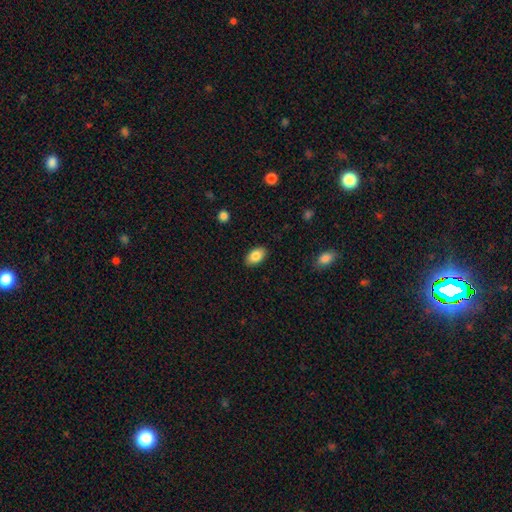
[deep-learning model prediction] smooth-or-featured: smooth: 86% | star or artifact: 7% | featured or disk: 7%
  how-rounded: in between: 92% | round: 6% | cigar-shaped: 1%
  merging: none: 88% | minor disturbance: 9% | major disturbance: 2% | merger: 1%